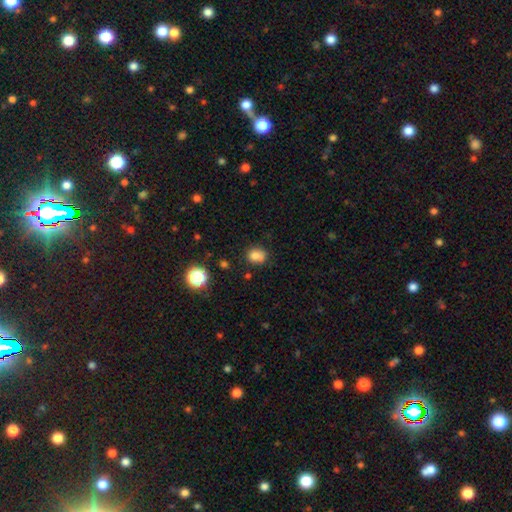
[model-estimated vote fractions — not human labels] smooth_or_featured: smooth (p=0.78) [alt: star or artifact p=0.13]
how_rounded: round (p=0.66) [alt: in between p=0.33]
merging: none (p=0.64) [alt: minor disturbance p=0.20]